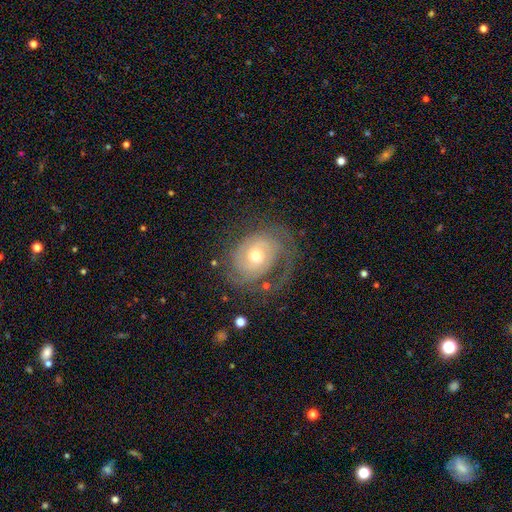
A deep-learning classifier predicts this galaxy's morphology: Smooth or featured? Predicted: featured or disk (p=0.80). Edge-on disk? Predicted: no (p=0.97). Bar? Predicted: no (p=0.71). Spiral arms? Predicted: yes (p=0.91). Spiral winding? Predicted: tight (p=0.61). Spiral arm count? Predicted: 2 (p=0.36). Bulge size? Predicted: moderate (p=0.59). Merging? Predicted: none (p=0.58).